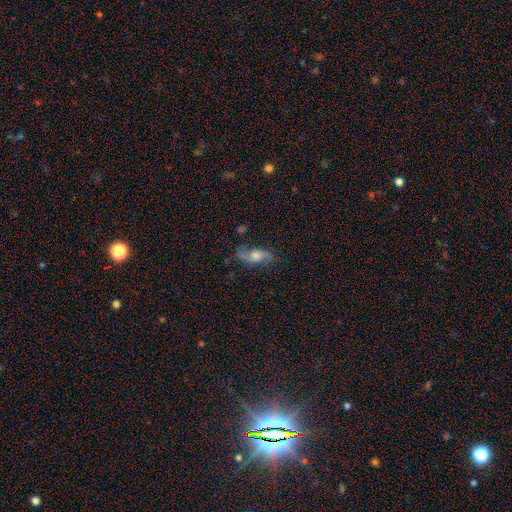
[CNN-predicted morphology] smooth-or-featured: featured or disk: 69% | smooth: 22% | star or artifact: 9%
  disk-edge-on: no: 87% | yes: 13%
    bar: no: 63% | weak: 30% | strong: 7%
    has-spiral-arms: yes: 92% | no: 8%
      spiral-winding: loose: 63% | medium: 28% | tight: 8%
      spiral-arm-count: 2: 90% | can't tell: 4% | 1: 2% | 3: 1% | 4: 1% | more than 4: 1%
    bulge-size: moderate: 53% | large: 23% | small: 17% | none: 5% | dominant: 2%
  merging: none: 75% | minor disturbance: 17% | major disturbance: 7% | merger: 2%